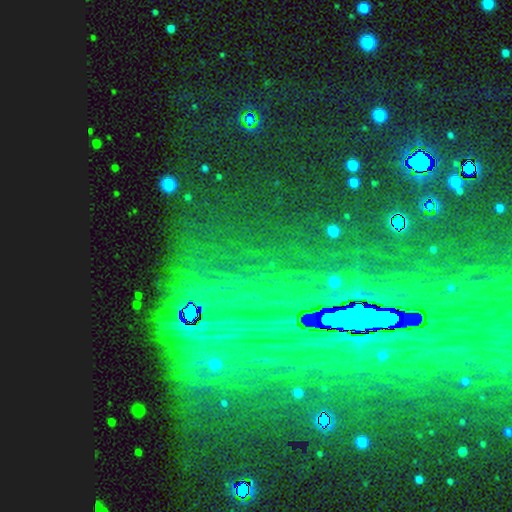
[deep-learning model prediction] Overall: star or artifact (80%).